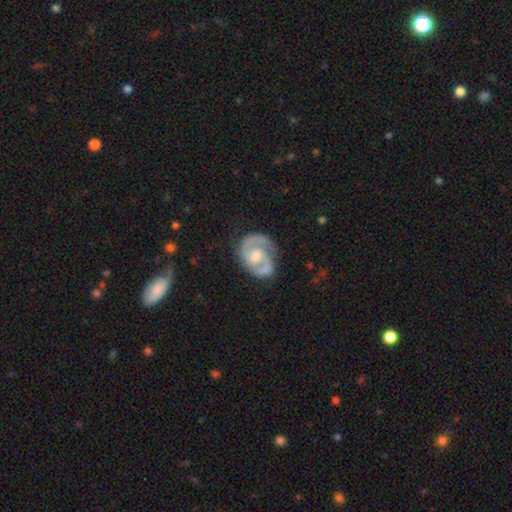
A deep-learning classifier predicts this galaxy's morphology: The model was most divided on "spiral winding": medium: 48%, tight: 41%, loose: 11%. More confident: edge-on disk — no (98%); spiral arms — yes (96%); smooth or featured — featured or disk (87%); spiral arm count — 2 (86%); merging — none (71%); bulge size — moderate (60%); bar — no (56%).